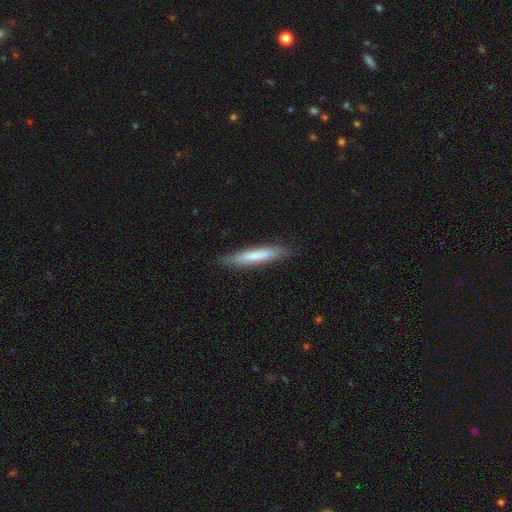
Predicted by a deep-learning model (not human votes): Overall: smooth (73%). How rounded: cigar-shaped (91%). Merging: none (87%).